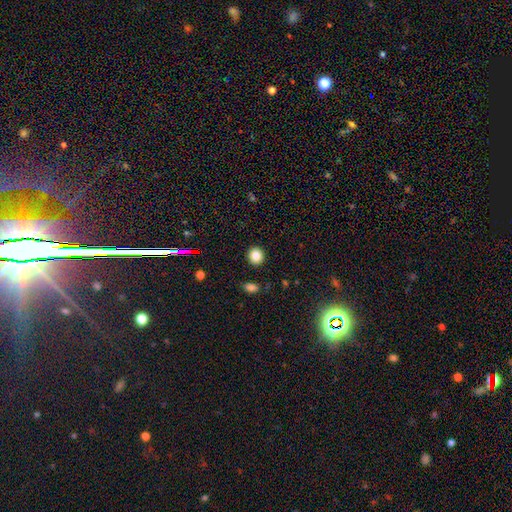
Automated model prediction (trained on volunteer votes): The model was most divided on "how rounded": round: 83%, in between: 16%, cigar-shaped: 1%. More confident: merging — none (91%); smooth or featured — smooth (84%).